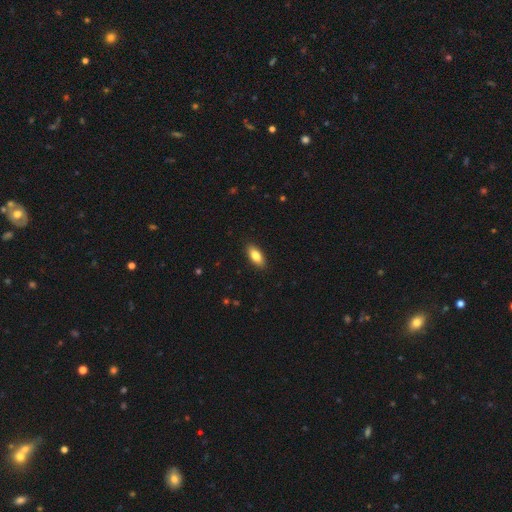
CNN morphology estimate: Smooth or featured: smooth — 83% (featured or disk — 11%)
How rounded: in between — 85% (cigar-shaped — 13%)
Merging: none — 89% (minor disturbance — 8%)